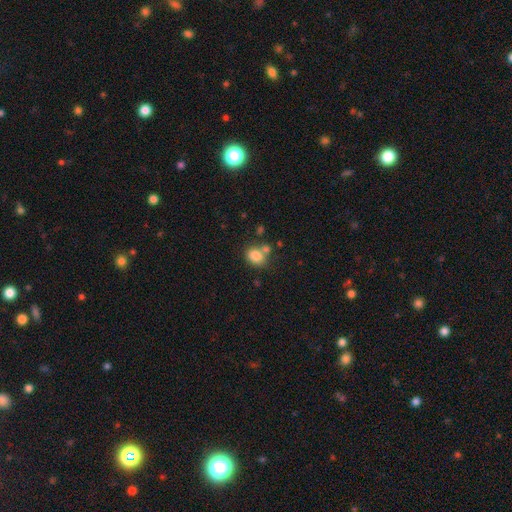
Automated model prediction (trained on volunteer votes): Overall: smooth (82%). How rounded: round (57%; in between 42%). Merging: none (58%; merger 24%).